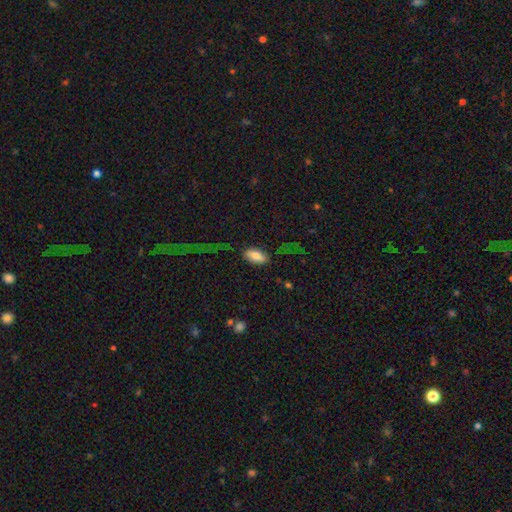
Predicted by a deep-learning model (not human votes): smooth-or-featured: smooth: 75% | featured or disk: 18% | star or artifact: 7%
  how-rounded: in between: 89% | cigar-shaped: 8% | round: 3%
  merging: none: 74% | minor disturbance: 15% | major disturbance: 9% | merger: 2%